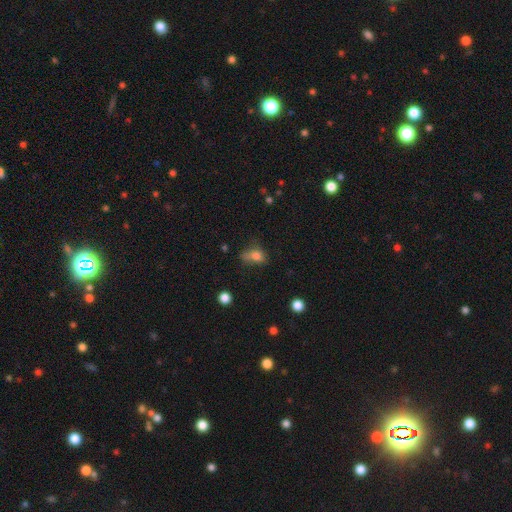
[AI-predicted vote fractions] This appears to be a smooth galaxy with no disk features (75%) that is in between round and cigar-shaped (66%). Merging: none (36%).